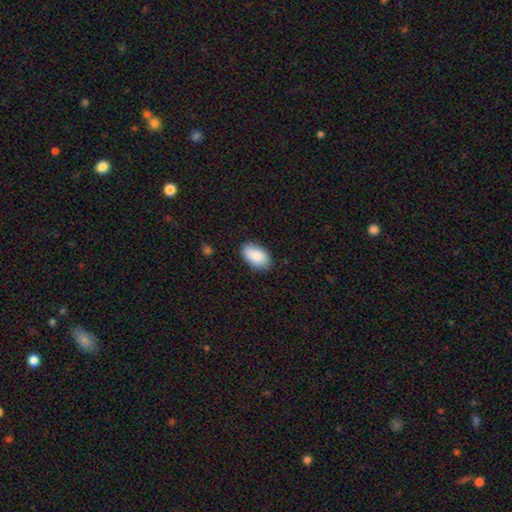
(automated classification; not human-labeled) This appears to be a smooth galaxy with no disk features (89%) that is in between round and cigar-shaped (93%). Merging: none (82%).